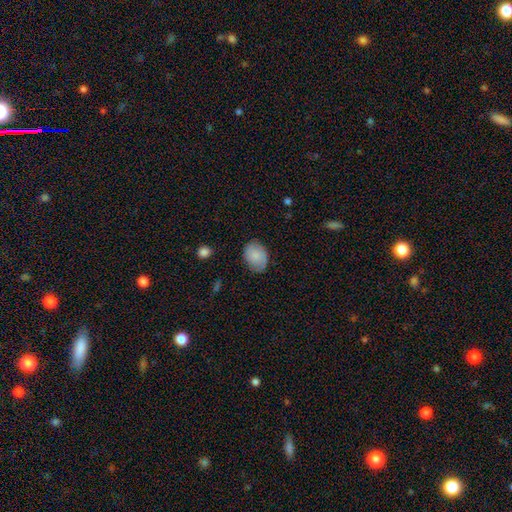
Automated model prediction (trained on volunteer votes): A smooth galaxy with no disk features (80%) that is in between round and cigar-shaped (74%).

Vote fractions:
- Smooth or featured? smooth: 80% / featured or disk: 13% / star or artifact: 7%
- How rounded? in between: 74% / round: 25% / cigar-shaped: 1%
- Merging? none: 76% / minor disturbance: 19% / major disturbance: 4% / merger: 1%